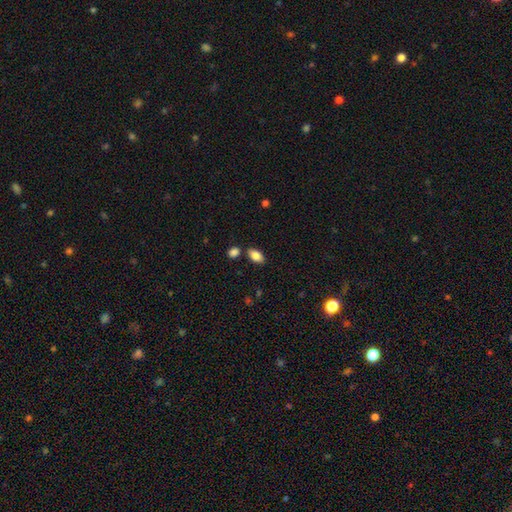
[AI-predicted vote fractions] smooth-or-featured: smooth: 84% | featured or disk: 9% | star or artifact: 7%
  how-rounded: in between: 92% | round: 4% | cigar-shaped: 4%
  merging: none: 81% | minor disturbance: 10% | merger: 7% | major disturbance: 2%